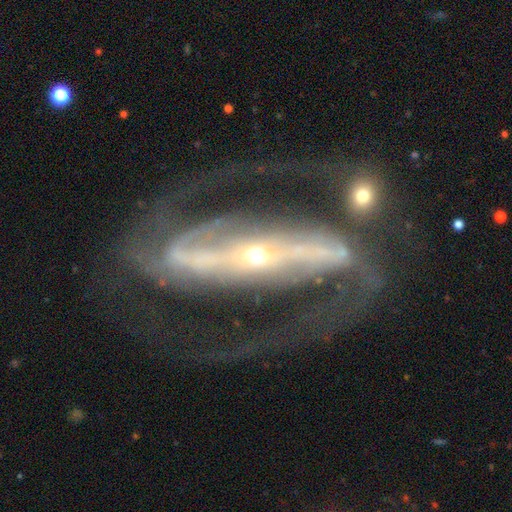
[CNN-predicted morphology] smooth_or_featured: featured or disk (p=0.91) [alt: star or artifact p=0.05]
disk_edge_on: no (p=0.90) [alt: yes p=0.10]
bar: strong (p=0.81) [alt: weak p=0.11]
has_spiral_arms: yes (p=0.96) [alt: no p=0.04]
spiral_winding: medium (p=0.50) [alt: tight p=0.31]
spiral_arm_count: 2 (p=0.92) [alt: can't tell p=0.03]
bulge_size: small (p=0.76) [alt: moderate p=0.19]
merging: none (p=0.72) [alt: minor disturbance p=0.13]